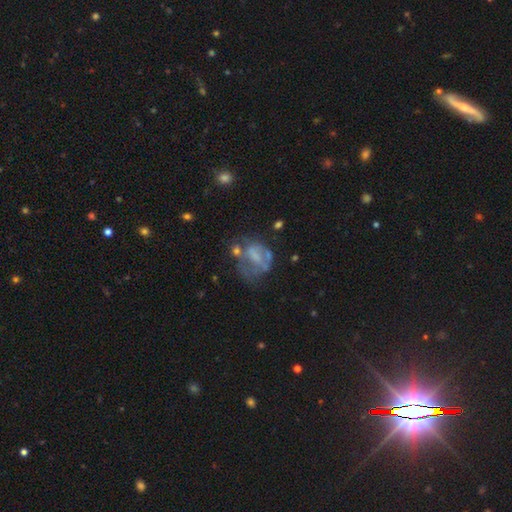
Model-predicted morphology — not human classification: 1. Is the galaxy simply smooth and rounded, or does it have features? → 53% featured or disk, 33% smooth, 14% star or artifact.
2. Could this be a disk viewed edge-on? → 97% no, 3% yes.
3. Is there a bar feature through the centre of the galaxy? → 66% no, 25% weak, 9% strong.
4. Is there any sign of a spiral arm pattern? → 74% no, 26% yes.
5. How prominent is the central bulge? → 50% none, 22% small, 21% moderate, 5% large, 1% dominant.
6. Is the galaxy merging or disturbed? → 36% major disturbance, 31% none, 21% minor disturbance, 12% merger.